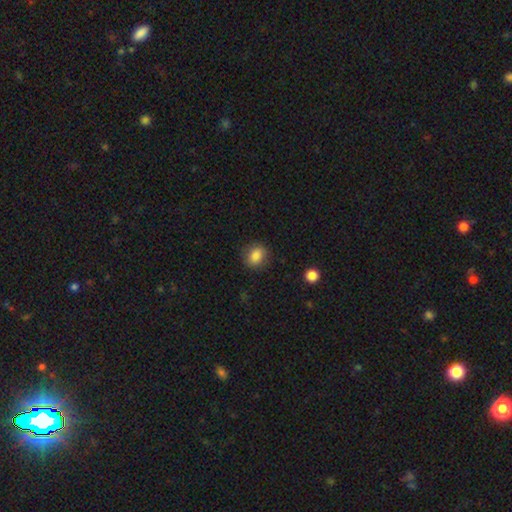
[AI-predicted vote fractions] smooth 84%, star or artifact 9%, featured or disk 7%. Down the decision tree: how rounded — round (56%); merging — none (83%).